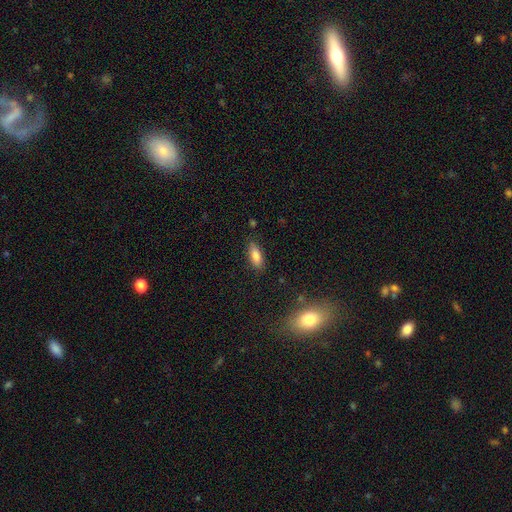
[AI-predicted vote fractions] Morphology: type=smooth (82%); roundness=in between (76%); merging=none (84%).